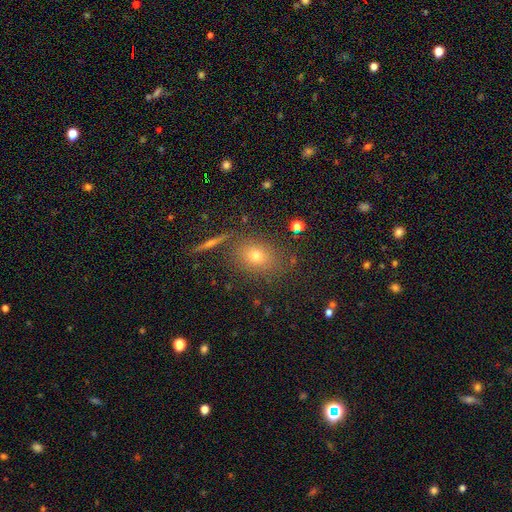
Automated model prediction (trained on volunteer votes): Morphology: type=smooth (68%); roundness=in between (55%); merging=none (80%).